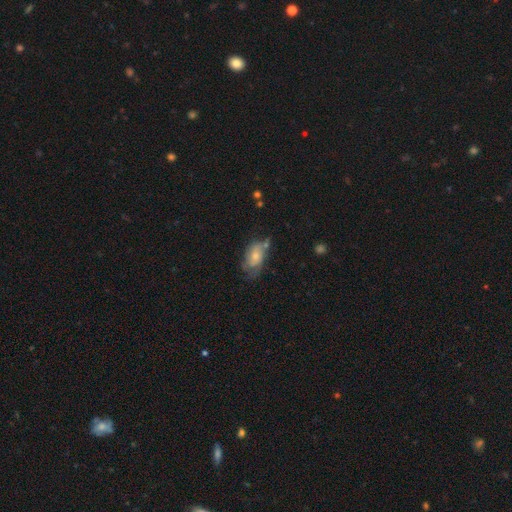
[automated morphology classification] This appears to be a smooth galaxy with no disk features (55%) that is in between round and cigar-shaped (88%). Merging: none (42%).